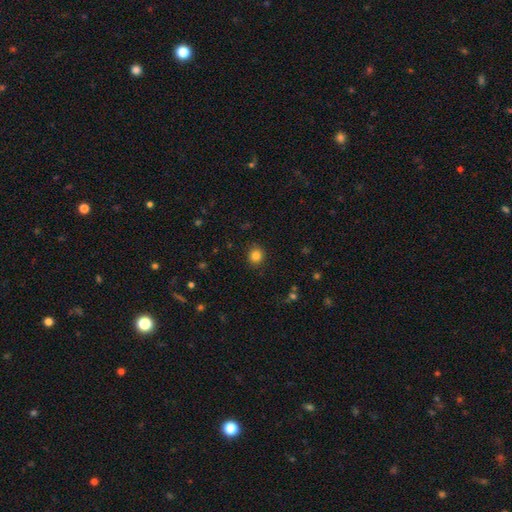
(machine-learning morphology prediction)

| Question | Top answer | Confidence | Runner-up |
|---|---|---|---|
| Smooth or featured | smooth | 84% | star or artifact (12%) |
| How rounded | round | 86% | in between (13%) |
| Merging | none | 89% | minor disturbance (8%) |